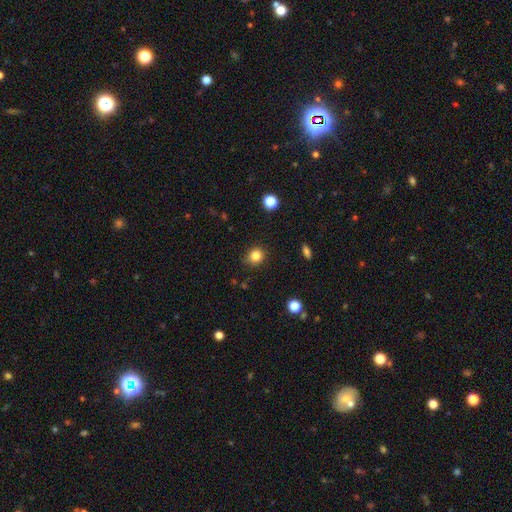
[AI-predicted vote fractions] A smooth galaxy with no disk features (83%) that is round (79%). Merging: none (84%).